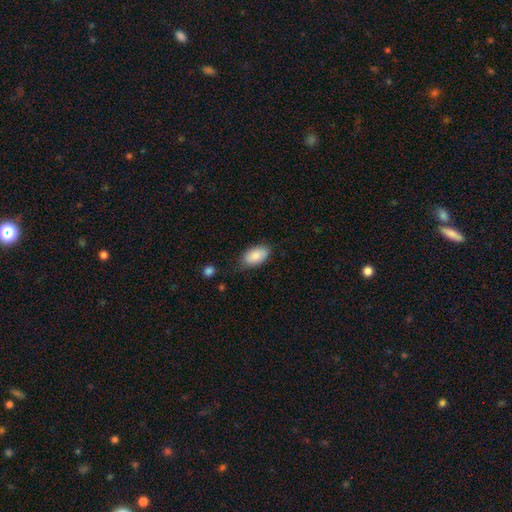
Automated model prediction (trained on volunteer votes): The model was most divided on "merging": none: 77%, minor disturbance: 18%, major disturbance: 4%, merger: 2%. More confident: how rounded — in between (94%); smooth or featured — smooth (87%).